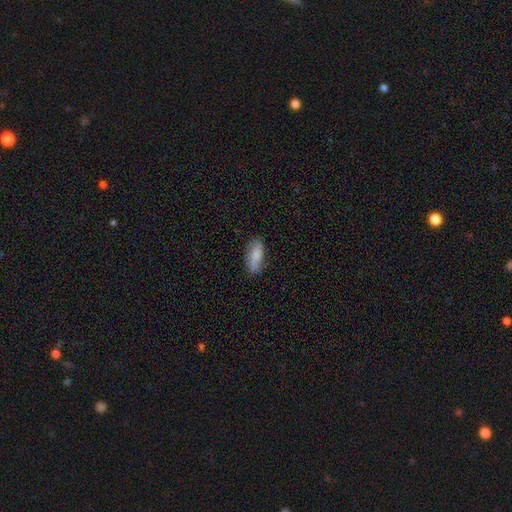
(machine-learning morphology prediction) Q: Smooth or featured?
A: smooth (81%); runner-up: featured or disk (12%)
Q: How rounded?
A: in between (79%); runner-up: cigar-shaped (19%)
Q: Merging?
A: none (73%); runner-up: minor disturbance (21%)